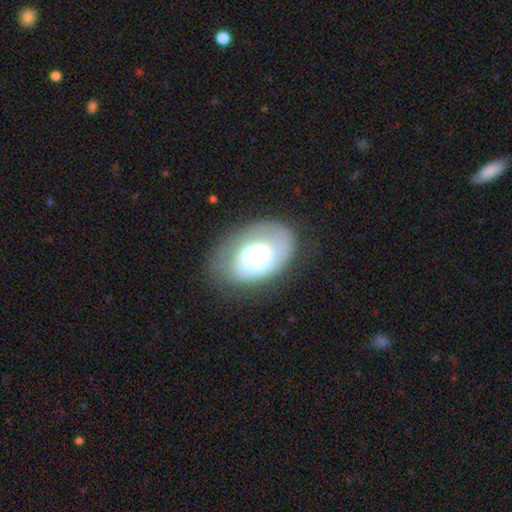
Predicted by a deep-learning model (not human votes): smooth-or-featured: smooth: 46% (tied) | featured or disk: 46% (tied) | star or artifact: 8%
  merging: none: 49% | minor disturbance: 26% | major disturbance: 19% | merger: 5%